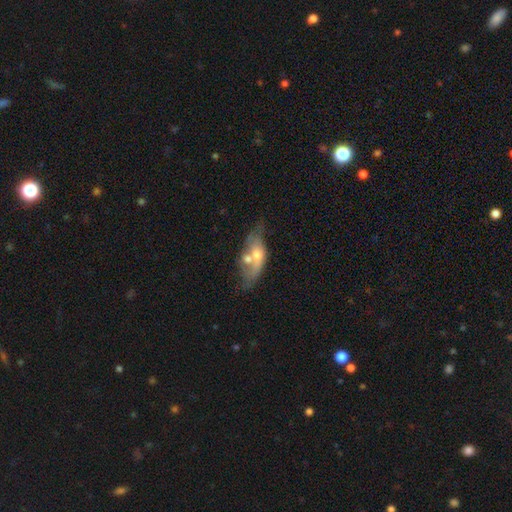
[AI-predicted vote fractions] Smooth or featured? featured or disk (54%)
Edge-on disk? no (85%)
Merging? merger (45%)